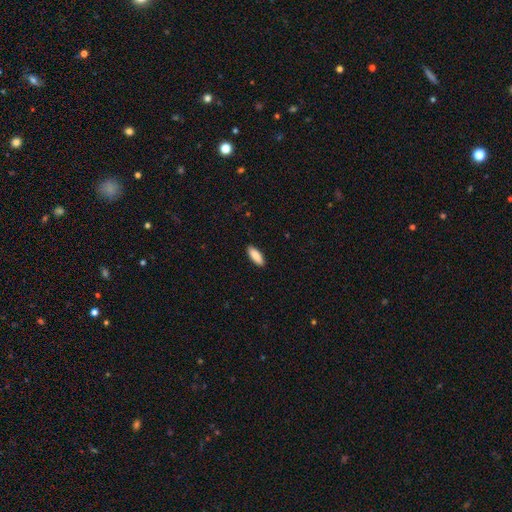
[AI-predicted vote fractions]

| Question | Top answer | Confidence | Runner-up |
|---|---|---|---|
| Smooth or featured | smooth | 90% | star or artifact (6%) |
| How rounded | in between | 71% | cigar-shaped (27%) |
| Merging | none | 90% | minor disturbance (8%) |